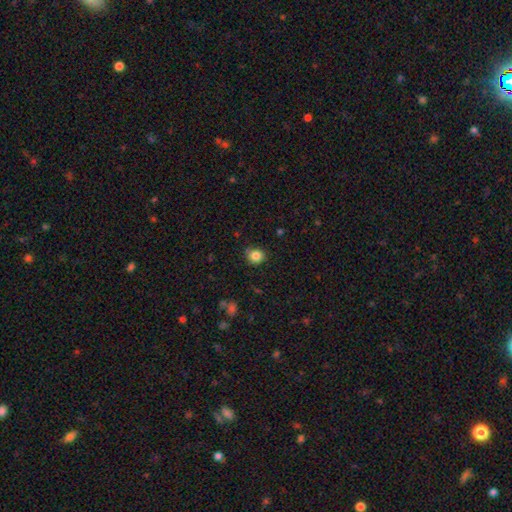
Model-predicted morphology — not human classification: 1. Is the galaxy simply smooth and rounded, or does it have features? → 84% smooth, 10% star or artifact, 6% featured or disk.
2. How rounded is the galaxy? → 81% round, 18% in between, 1% cigar-shaped.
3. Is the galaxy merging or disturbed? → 81% none, 15% minor disturbance, 3% major disturbance, 2% merger.